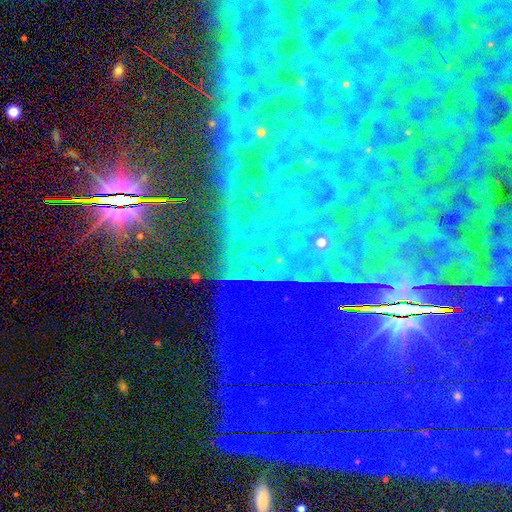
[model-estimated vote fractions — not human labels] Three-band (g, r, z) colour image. It shows a star or artifact, not a galaxy (82%).